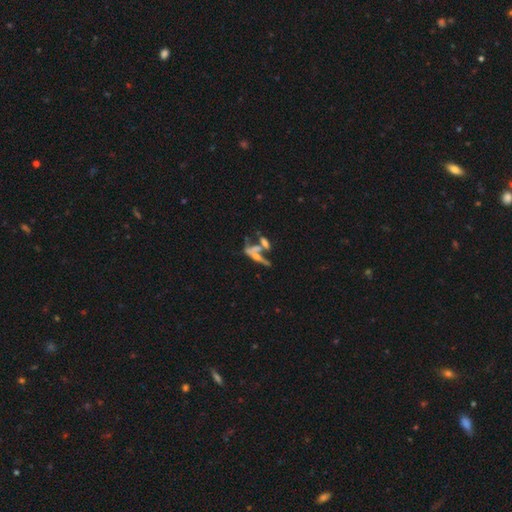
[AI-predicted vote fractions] Smooth or featured?
  - featured or disk: 51% *
  - smooth: 34%
  - star or artifact: 15%
Edge-on disk?
  - no: 57% *
  - yes: 43%
Merging?
  - merger: 54% *
  - none: 23%
  - major disturbance: 13%
  - minor disturbance: 10%